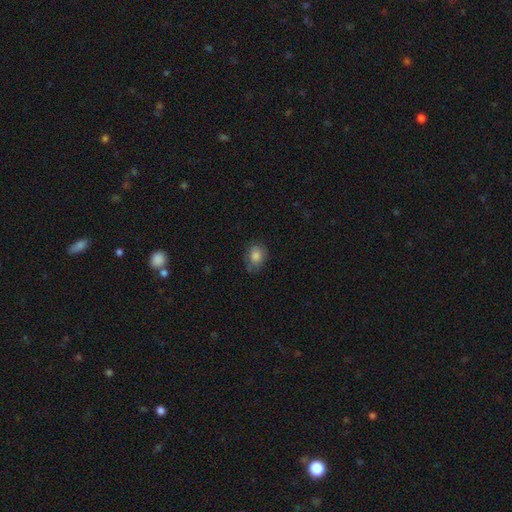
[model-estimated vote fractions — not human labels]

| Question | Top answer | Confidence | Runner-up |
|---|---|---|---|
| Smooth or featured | smooth | 83% | star or artifact (9%) |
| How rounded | in between | 64% | round (35%) |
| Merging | none | 70% | minor disturbance (23%) |